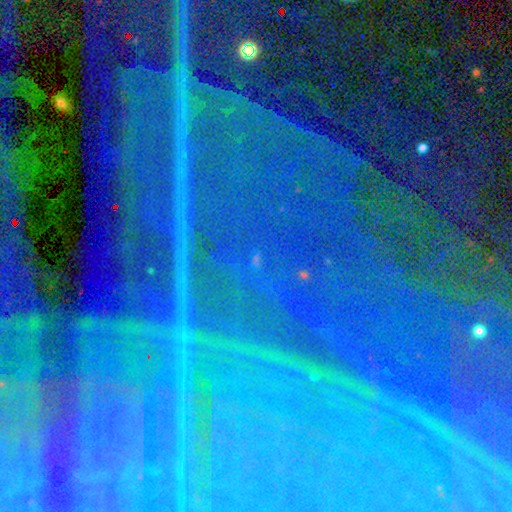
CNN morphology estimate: type=star or artifact (89%).